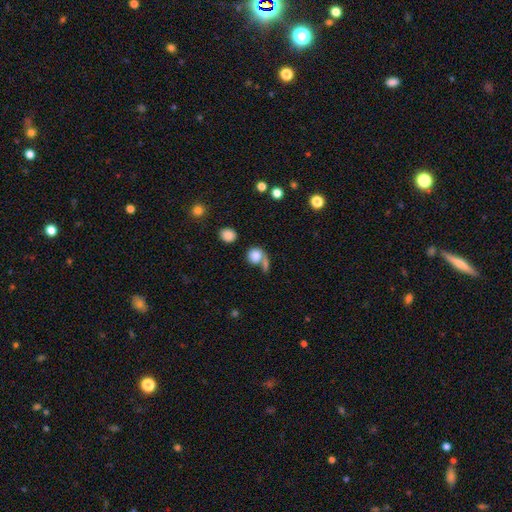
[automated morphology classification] type=smooth (80%); roundness=round (79%); merging=none (42%).